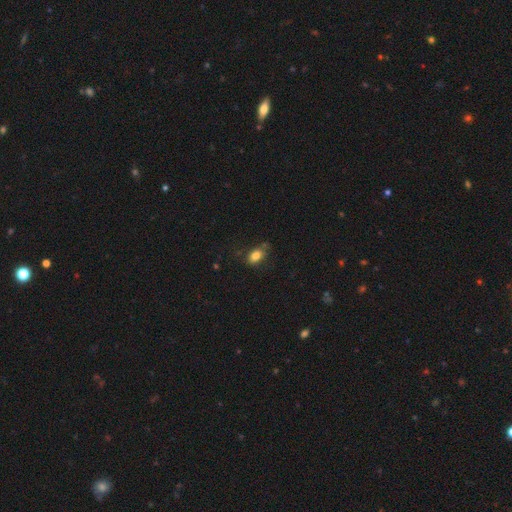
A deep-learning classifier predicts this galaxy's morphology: Smooth or featured? smooth (82%)
How rounded? in between (85%)
Merging? none (68%)